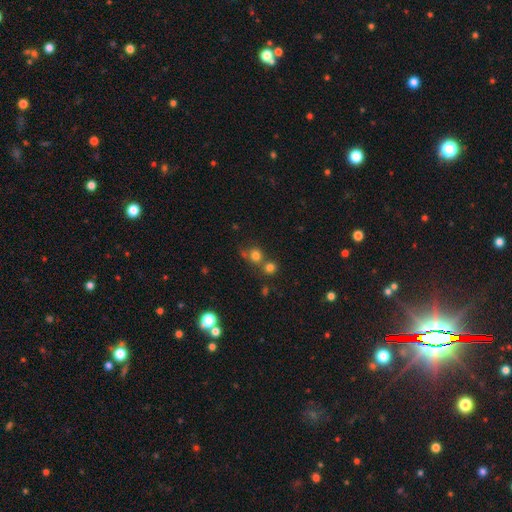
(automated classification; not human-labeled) Smooth or featured?
  - smooth: 74% *
  - star or artifact: 17%
  - featured or disk: 9%
How rounded?
  - round: 86% *
  - in between: 13%
  - cigar-shaped: 1%
Merging?
  - none: 55% *
  - merger: 32%
  - minor disturbance: 9%
  - major disturbance: 4%